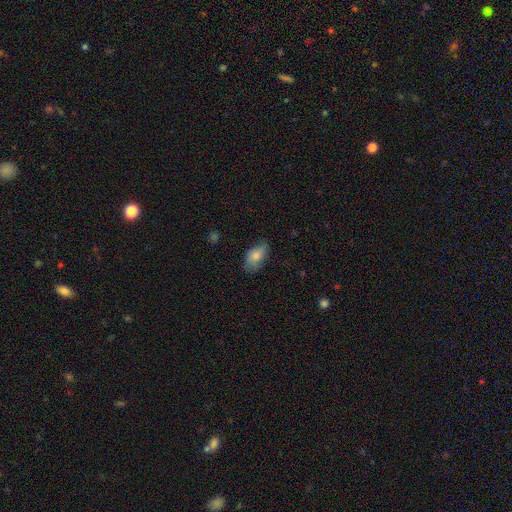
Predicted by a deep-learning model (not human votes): A smooth galaxy with no disk features (75%) that is in between round and cigar-shaped (92%).

Vote fractions:
- Smooth or featured? smooth: 75% / featured or disk: 18% / star or artifact: 7%
- How rounded? in between: 92% / round: 6% / cigar-shaped: 3%
- Merging? none: 59% / minor disturbance: 31% / major disturbance: 9% / merger: 1%